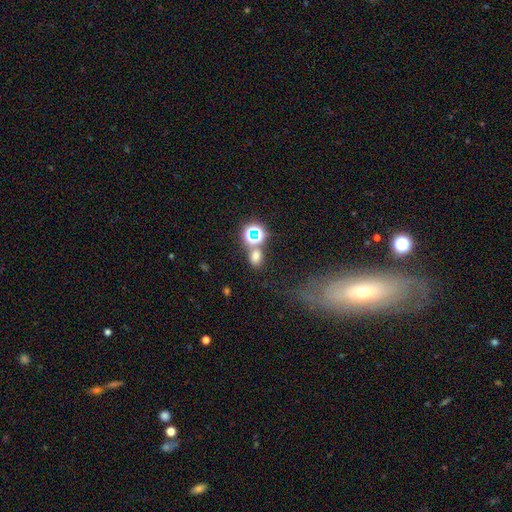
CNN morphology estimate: The model was most divided on "how rounded": in between: 59%, round: 39%, cigar-shaped: 2%. More confident: merging — none (66%); smooth or featured — smooth (62%).